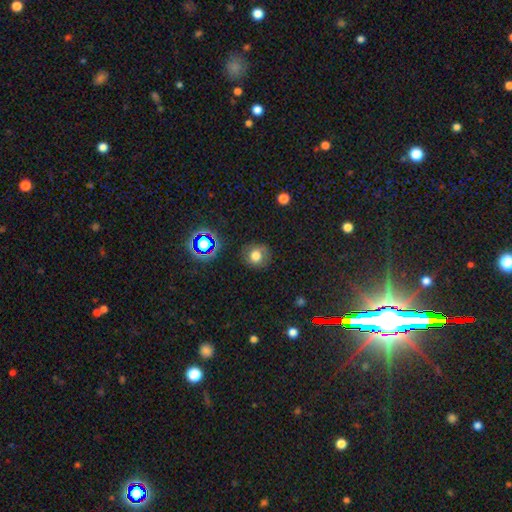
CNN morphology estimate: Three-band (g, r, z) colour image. It shows a smooth galaxy with no disk features (71%) that is round (84%). Merging: none (79%).